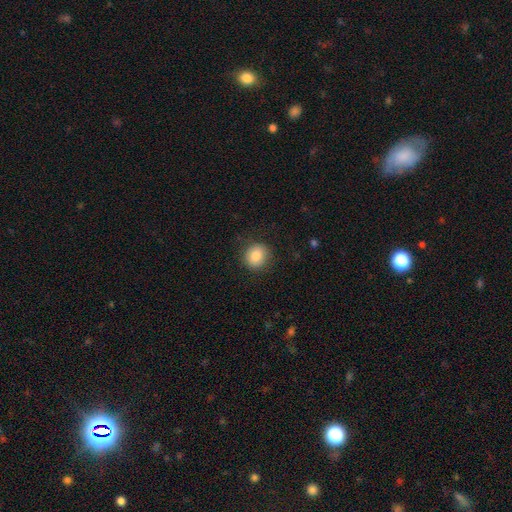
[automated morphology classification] A smooth galaxy with no disk features (82%) that is round (86%). Merging: none (87%).